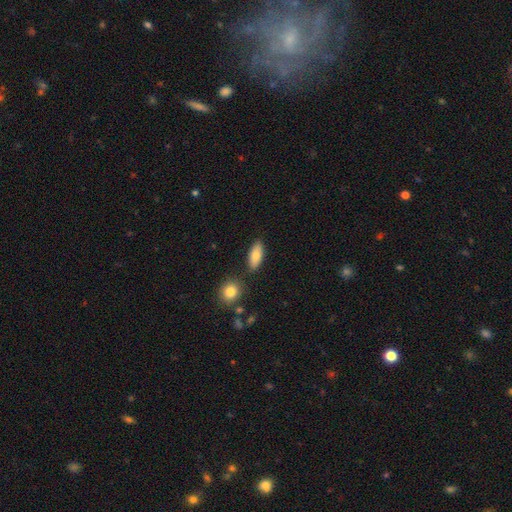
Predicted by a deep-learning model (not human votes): Q: Smooth or featured?
A: smooth (80%); runner-up: featured or disk (13%)
Q: How rounded?
A: in between (82%); runner-up: cigar-shaped (15%)
Q: Merging?
A: none (80%); runner-up: minor disturbance (11%)